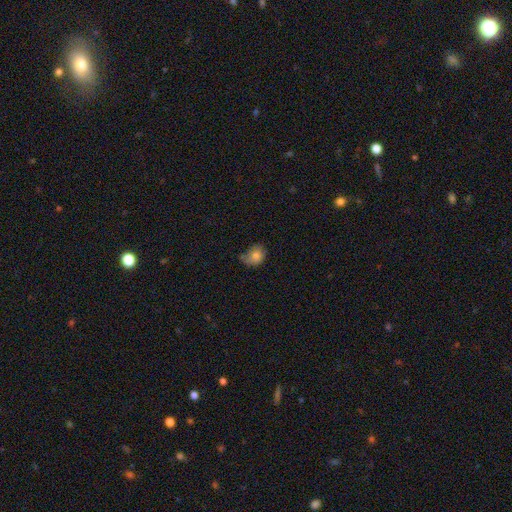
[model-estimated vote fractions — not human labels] This appears to be a smooth galaxy with no disk features (78%) that is round (50%). Merging: none (44%).